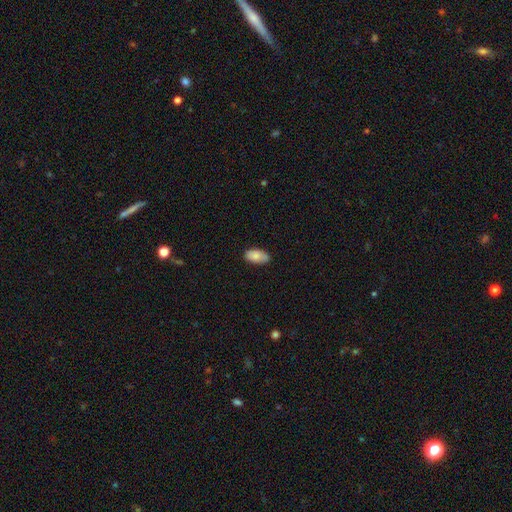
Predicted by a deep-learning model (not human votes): Smooth or featured?
  - smooth: 83% *
  - featured or disk: 10%
  - star or artifact: 7%
How rounded?
  - in between: 94% *
  - cigar-shaped: 3%
  - round: 3%
Merging?
  - none: 80% *
  - minor disturbance: 16%
  - major disturbance: 2%
  - merger: 1%